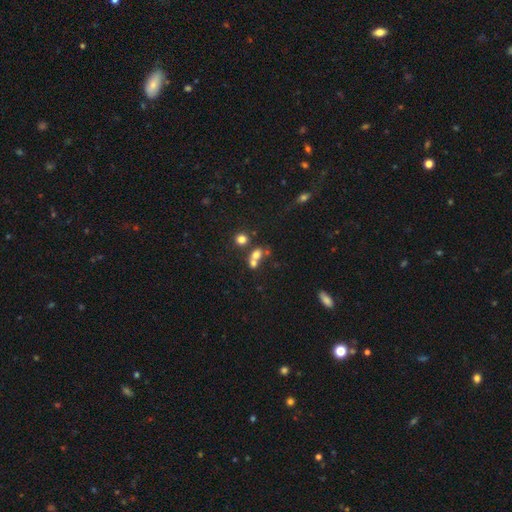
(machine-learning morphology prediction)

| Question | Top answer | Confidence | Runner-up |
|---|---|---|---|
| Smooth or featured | smooth | 67% | star or artifact (17%) |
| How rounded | round | 68% | in between (30%) |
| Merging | merger | 54% | none (34%) |